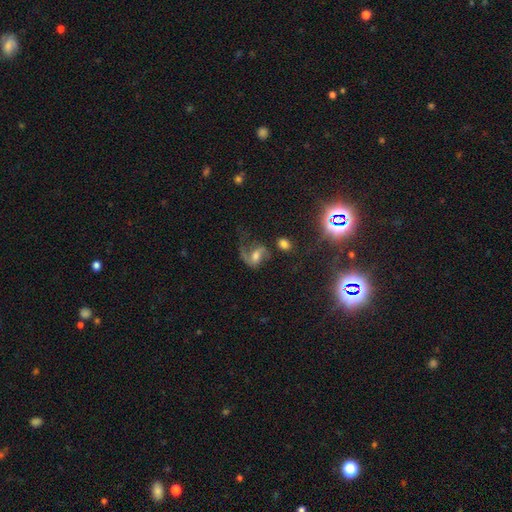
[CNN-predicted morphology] Q: Smooth or featured?
A: featured or disk (70%); runner-up: smooth (19%)
Q: Edge-on disk?
A: no (97%); runner-up: yes (3%)
Q: Bar?
A: weak (44%); runner-up: no (38%)
Q: Spiral arms?
A: yes (89%); runner-up: no (11%)
Q: Spiral winding?
A: loose (58%); runner-up: medium (33%)
Q: Spiral arm count?
A: 2 (66%); runner-up: 1 (26%)
Q: Bulge size?
A: moderate (54%); runner-up: small (23%)
Q: Merging?
A: none (40%); runner-up: major disturbance (33%)